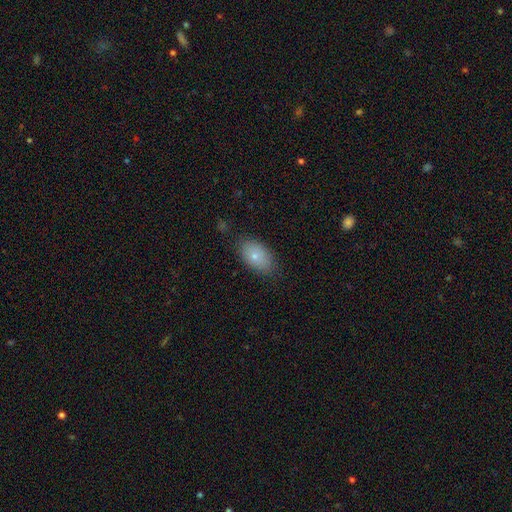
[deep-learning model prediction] Smooth or featured: smooth — 77% (featured or disk — 15%)
How rounded: in between — 91% (round — 7%)
Merging: none — 81% (minor disturbance — 14%)